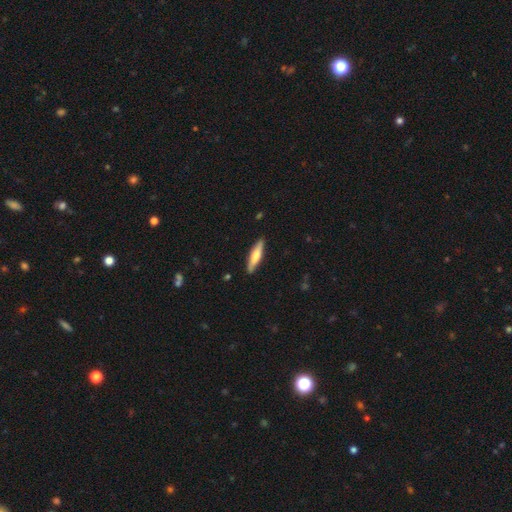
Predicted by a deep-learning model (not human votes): Morphology: type=smooth (60%); roundness=cigar-shaped (80%); merging=none (88%).